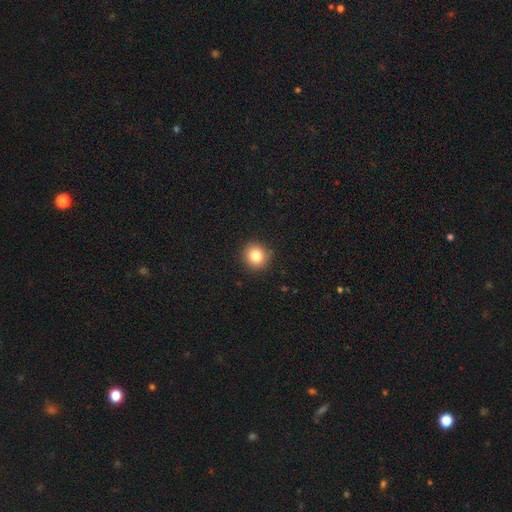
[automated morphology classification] Smooth or featured? smooth (84%)
How rounded? round (91%)
Merging? none (90%)